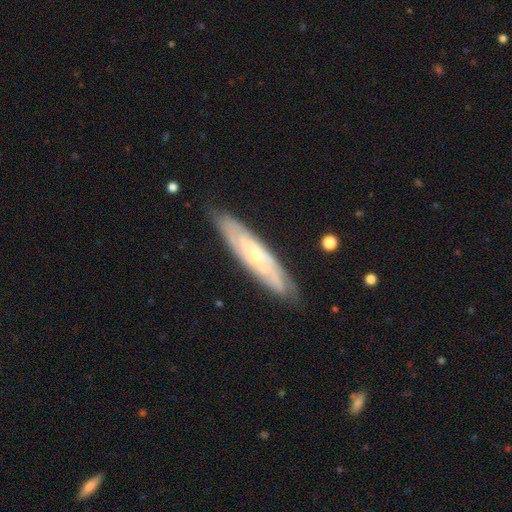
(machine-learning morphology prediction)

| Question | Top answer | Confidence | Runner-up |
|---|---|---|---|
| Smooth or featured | featured or disk | 74% | smooth (21%) |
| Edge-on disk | no | 63% | yes (37%) |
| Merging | none | 81% | minor disturbance (14%) |